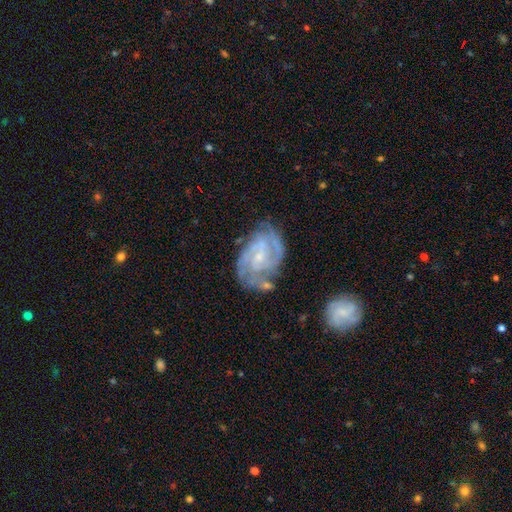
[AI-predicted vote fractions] Smooth or featured? Predicted: featured or disk (p=0.82). Edge-on disk? Predicted: no (p=0.97). Bar? Predicted: weak (p=0.47). Spiral arms? Predicted: yes (p=0.96). Spiral winding? Predicted: tight (p=0.53). Spiral arm count? Predicted: 2 (p=0.53). Bulge size? Predicted: small (p=0.69). Merging? Predicted: none (p=0.74).